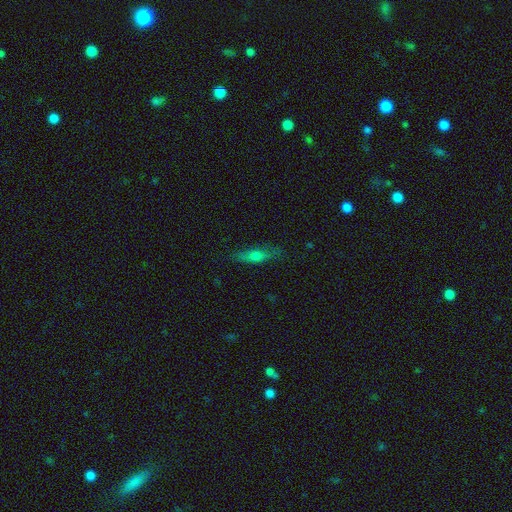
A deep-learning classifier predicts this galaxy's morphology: Smooth or featured? Predicted: smooth (p=0.56). How rounded? Predicted: cigar-shaped (p=0.64). Merging? Predicted: none (p=0.80).